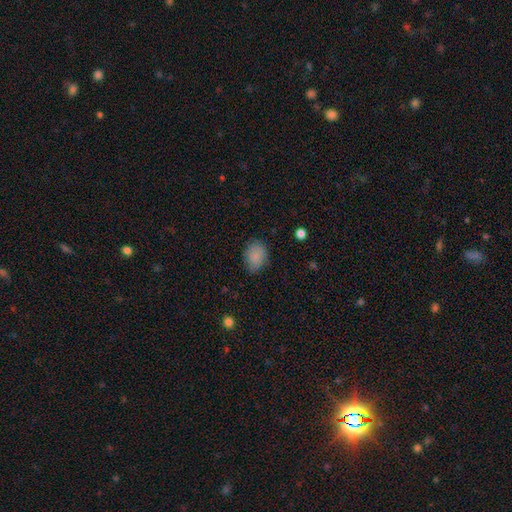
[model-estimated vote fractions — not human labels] A smooth galaxy with no disk features (86%) that is in between round and cigar-shaped (65%).

Vote fractions:
- Smooth or featured? smooth: 86% / star or artifact: 9% / featured or disk: 6%
- How rounded? in between: 65% / round: 34% / cigar-shaped: 1%
- Merging? none: 77% / minor disturbance: 18% / major disturbance: 4% / merger: 1%